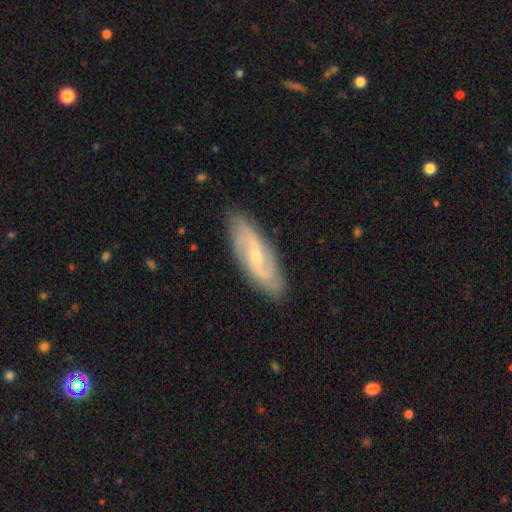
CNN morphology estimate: Smooth or featured? Predicted: featured or disk (p=0.80). Edge-on disk? Predicted: no (p=0.89). Bar? Predicted: weak (p=0.46). Spiral arms? Predicted: yes (p=0.93). Spiral winding? Predicted: medium (p=0.42). Spiral arm count? Predicted: 2 (p=0.77). Bulge size? Predicted: small (p=0.70). Merging? Predicted: none (p=0.85).